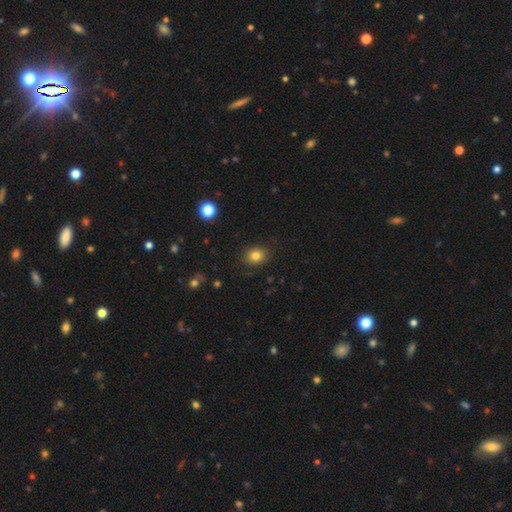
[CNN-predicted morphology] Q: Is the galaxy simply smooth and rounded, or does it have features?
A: smooth — 82%.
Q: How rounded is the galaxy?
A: round — 59%.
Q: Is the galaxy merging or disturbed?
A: none — 87%.